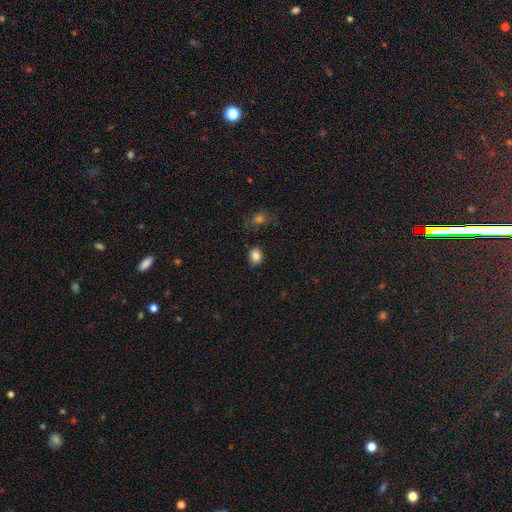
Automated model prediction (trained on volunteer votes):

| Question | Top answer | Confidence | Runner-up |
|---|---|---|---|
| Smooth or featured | smooth | 85% | star or artifact (10%) |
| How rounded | round | 59% | in between (40%) |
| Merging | none | 79% | minor disturbance (16%) |